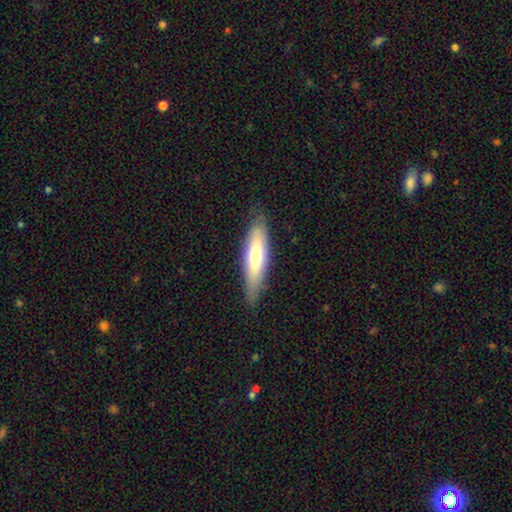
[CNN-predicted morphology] Smooth or featured? Predicted: smooth (p=0.60). How rounded? Predicted: cigar-shaped (p=0.67). Merging? Predicted: none (p=0.83).